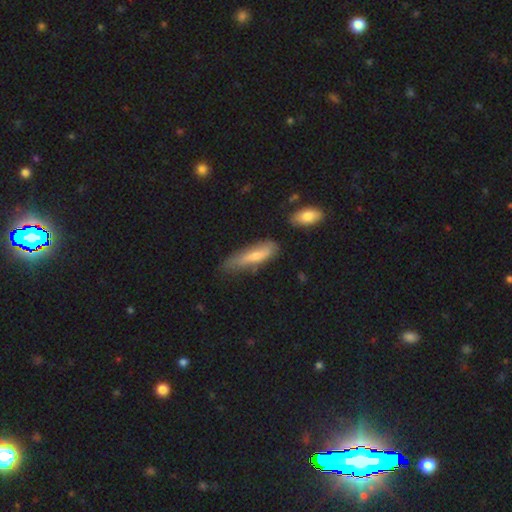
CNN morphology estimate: This is possibly a smooth galaxy (60%). How rounded: likely cigar-shaped (61%). Merging: possibly none (54%).